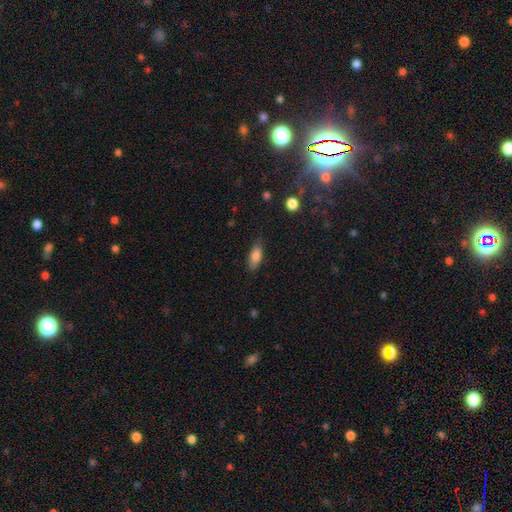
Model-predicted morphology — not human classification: smooth_or_featured: smooth (p=0.80) [alt: featured or disk p=0.13]
how_rounded: in between (p=0.77) [alt: cigar-shaped p=0.20]
merging: none (p=0.79) [alt: minor disturbance p=0.16]